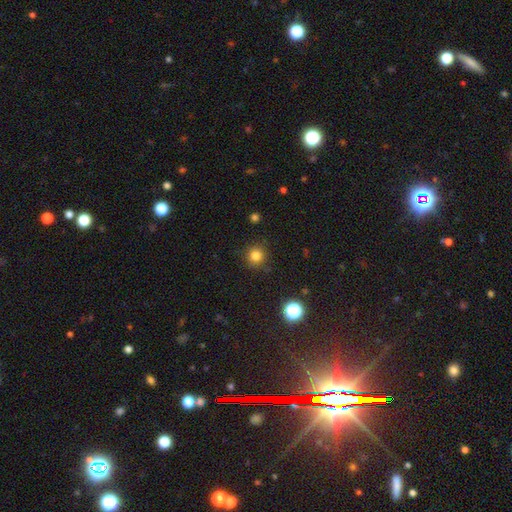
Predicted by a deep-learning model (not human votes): Morphology: type=smooth (81%); roundness=round (94%); merging=none (89%).